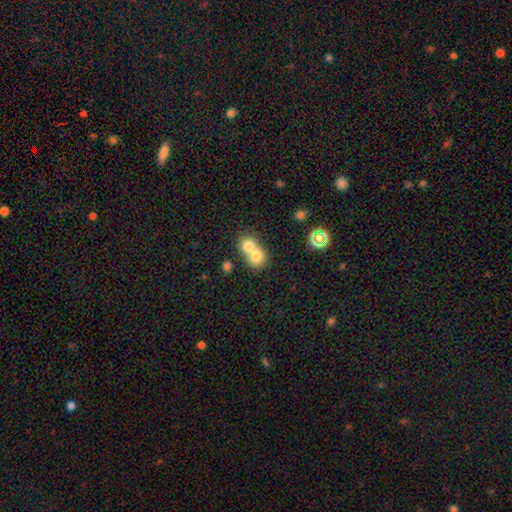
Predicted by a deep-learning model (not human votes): This is likely a smooth galaxy (74%). How rounded: likely round (74%). Merging: likely merger (67%).